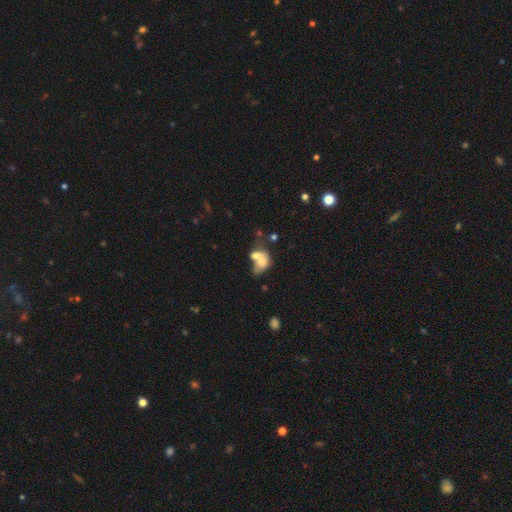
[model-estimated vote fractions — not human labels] Smooth or featured? smooth (60%)
How rounded? in between (72%)
Merging? merger (58%)